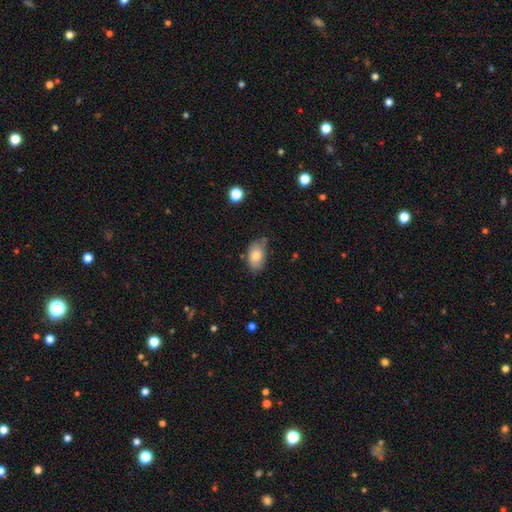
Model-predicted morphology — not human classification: This is likely a smooth galaxy (79%). How rounded: clearly in between (90%). Merging: likely none (68%).